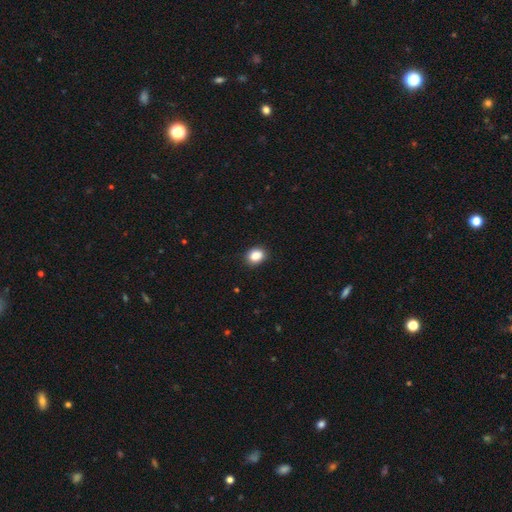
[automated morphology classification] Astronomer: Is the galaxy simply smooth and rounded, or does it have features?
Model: smooth — 87%.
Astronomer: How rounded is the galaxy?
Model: round — 53% (runner-up: in between, 47%).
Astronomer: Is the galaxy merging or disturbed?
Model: none — 87%.